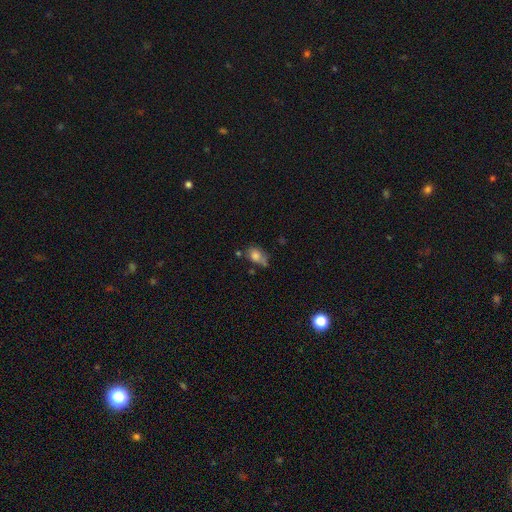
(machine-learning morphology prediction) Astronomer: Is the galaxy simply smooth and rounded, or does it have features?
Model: smooth — 74%.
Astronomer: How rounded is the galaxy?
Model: in between — 70%.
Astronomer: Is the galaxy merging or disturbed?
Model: none — 39% (runner-up: minor disturbance, 32%).